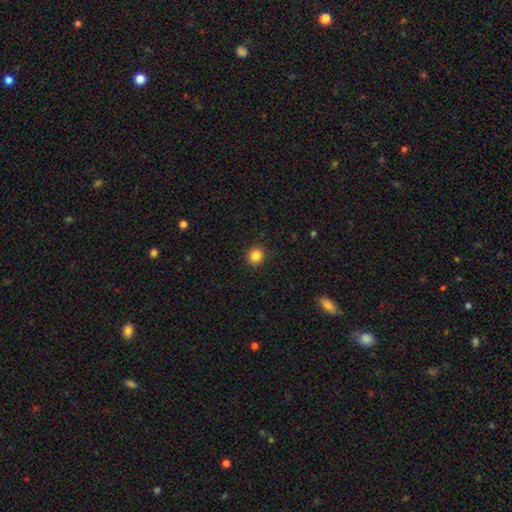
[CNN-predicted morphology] smooth 85%, star or artifact 11%, featured or disk 4%. Down the decision tree: how rounded — round (92%); merging — none (91%).